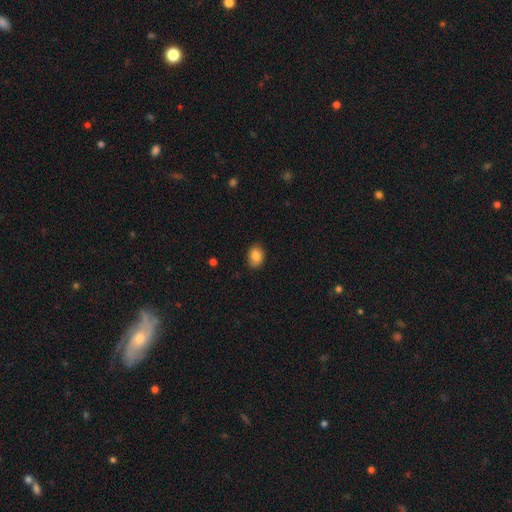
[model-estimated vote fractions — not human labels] smooth-or-featured: smooth: 86% | star or artifact: 8% | featured or disk: 6%
  how-rounded: in between: 72% | round: 27% | cigar-shaped: 1%
  merging: none: 85% | minor disturbance: 12% | major disturbance: 2% | merger: 1%